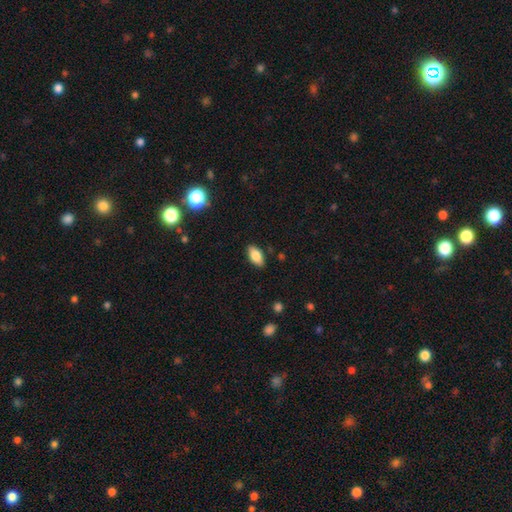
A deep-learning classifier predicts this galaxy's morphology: The model was most divided on "smooth or featured": smooth: 83%, featured or disk: 9%, star or artifact: 7%. More confident: how rounded — in between (91%); merging — none (87%).